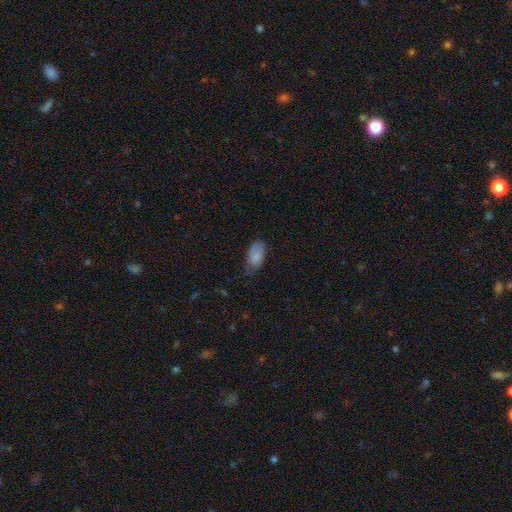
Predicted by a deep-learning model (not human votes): Smooth or featured: smooth — 78% (featured or disk — 14%)
How rounded: in between — 93% (round — 4%)
Merging: none — 49% (minor disturbance — 37%)